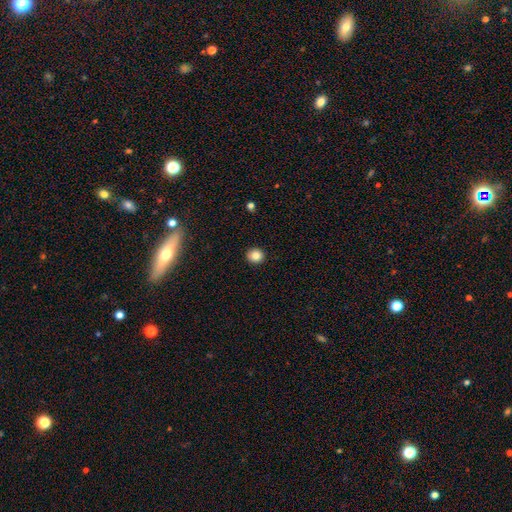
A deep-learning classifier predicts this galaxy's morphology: smooth-or-featured: smooth: 84% | star or artifact: 11% | featured or disk: 5%
  how-rounded: round: 86% | in between: 13% | cigar-shaped: 1%
  merging: none: 91% | minor disturbance: 6% | major disturbance: 2% | merger: 1%